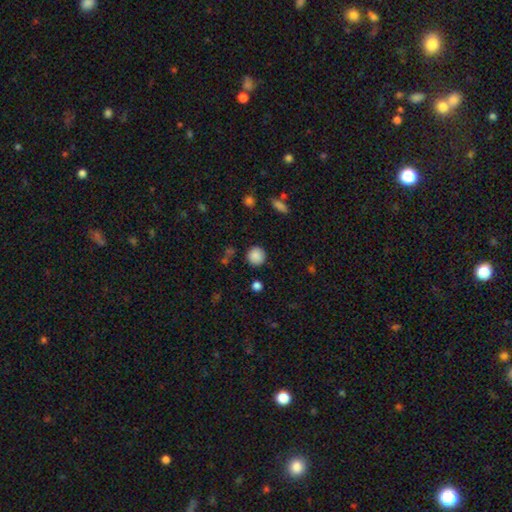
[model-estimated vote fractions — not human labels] Overall: smooth (87%). How rounded: round (93%). Merging: none (87%).